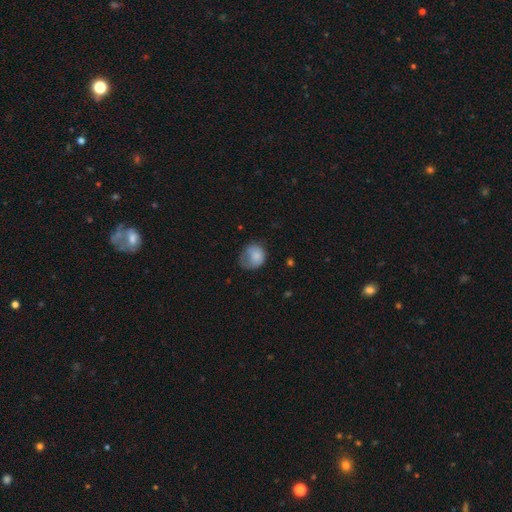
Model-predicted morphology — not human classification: This appears to be a smooth galaxy with no disk features (81%) that is round (64%). Merging: minor disturbance (36%, tied with none).